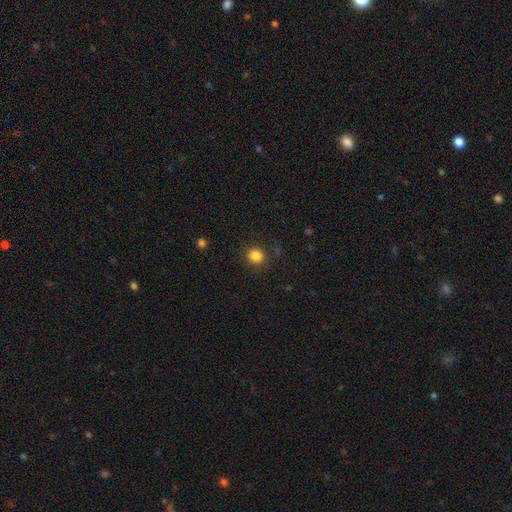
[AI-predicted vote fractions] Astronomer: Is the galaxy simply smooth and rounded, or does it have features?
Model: smooth — 84%.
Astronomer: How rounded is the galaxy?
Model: round — 88%.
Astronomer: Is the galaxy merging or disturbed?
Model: none — 88%.